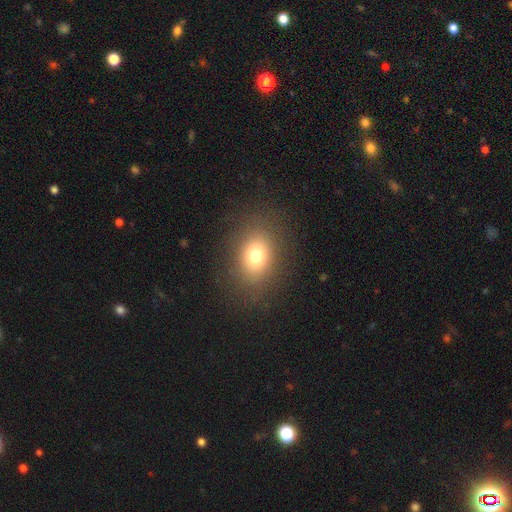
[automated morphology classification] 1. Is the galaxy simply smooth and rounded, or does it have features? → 75% smooth, 14% star or artifact, 11% featured or disk.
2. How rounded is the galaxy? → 64% in between, 35% round, 1% cigar-shaped.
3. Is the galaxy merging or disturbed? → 84% none, 9% minor disturbance, 5% major disturbance, 1% merger.